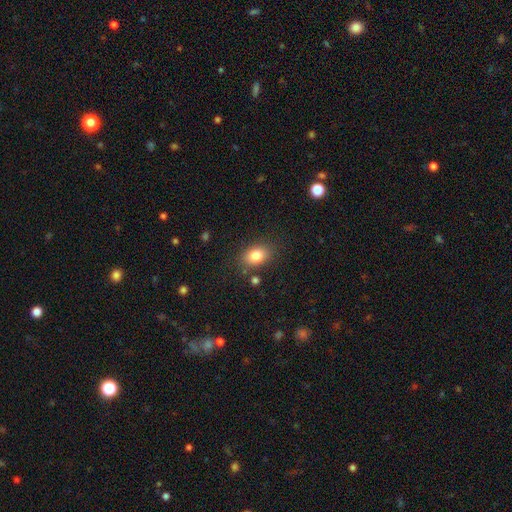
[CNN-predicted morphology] smooth-or-featured: smooth: 82% | star or artifact: 10% | featured or disk: 8%
  how-rounded: in between: 75% | round: 24% | cigar-shaped: 1%
  merging: none: 81% | minor disturbance: 12% | major disturbance: 3% | merger: 3%